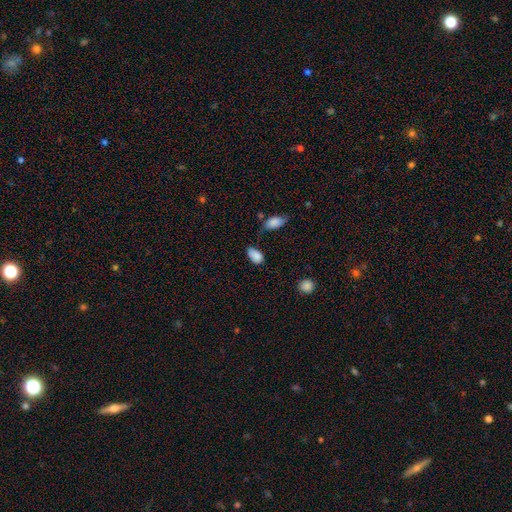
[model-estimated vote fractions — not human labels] smooth-or-featured: smooth: 85% | star or artifact: 9% | featured or disk: 6%
  how-rounded: in between: 92% | round: 6% | cigar-shaped: 2%
  merging: none: 52% | minor disturbance: 33% | major disturbance: 10% | merger: 6%